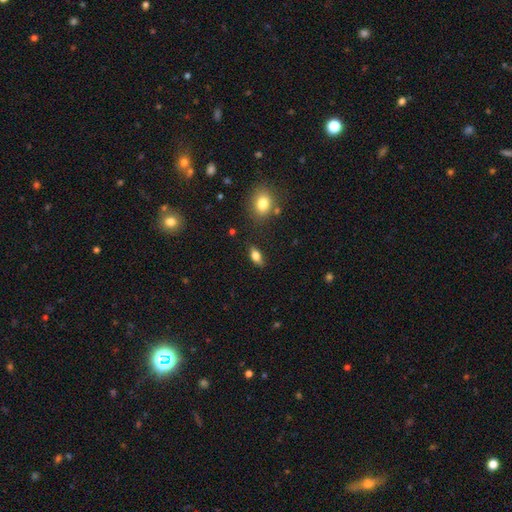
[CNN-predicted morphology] smooth 74%, featured or disk 17%, star or artifact 9%. Down the decision tree: how rounded — in between (83%); merging — none (81%).